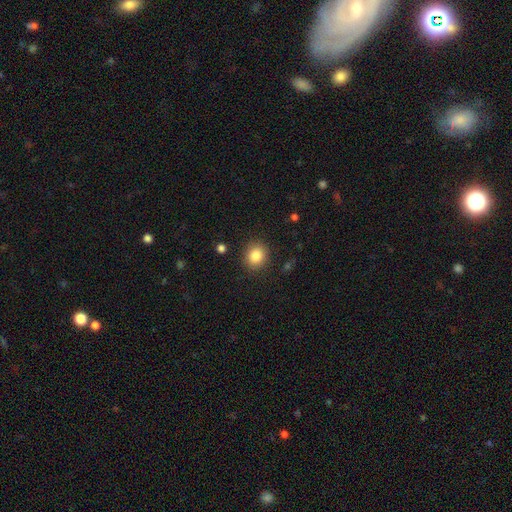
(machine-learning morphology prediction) smooth-or-featured: smooth: 85% | star or artifact: 10% | featured or disk: 5%
  how-rounded: round: 76% | in between: 23% | cigar-shaped: 1%
  merging: none: 88% | minor disturbance: 8% | major disturbance: 3% | merger: 1%